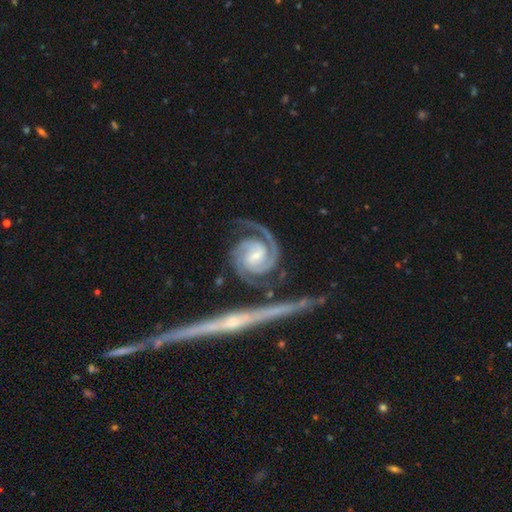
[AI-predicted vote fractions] Smooth or featured? featured or disk (93%)
Edge-on disk? no (98%)
Bar? weak (46%)
Spiral arms? yes (99%)
Spiral winding? tight (62%)
Spiral arm count? 2 (70%)
Bulge size? small (61%)
Merging? none (64%)